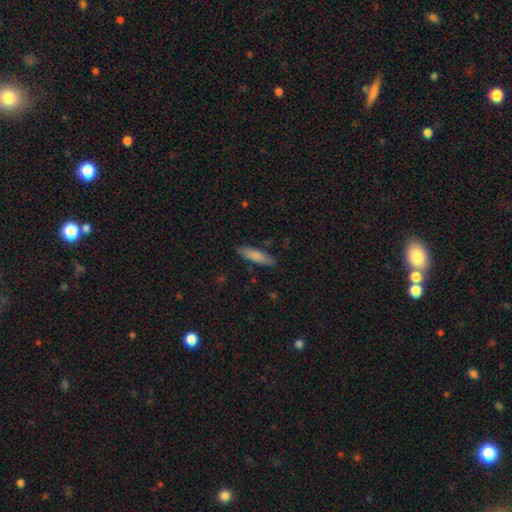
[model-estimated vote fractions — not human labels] Smooth or featured? smooth (80%)
How rounded? cigar-shaped (80%)
Merging? none (87%)